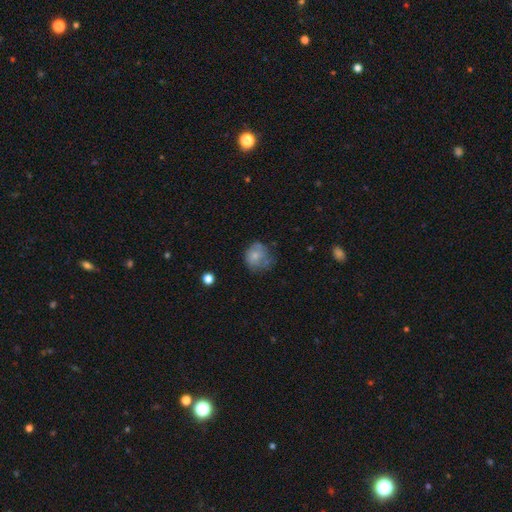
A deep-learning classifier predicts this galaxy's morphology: This appears to be a smooth galaxy with no disk features (64%) that is round (76%). Merging: none (48%).